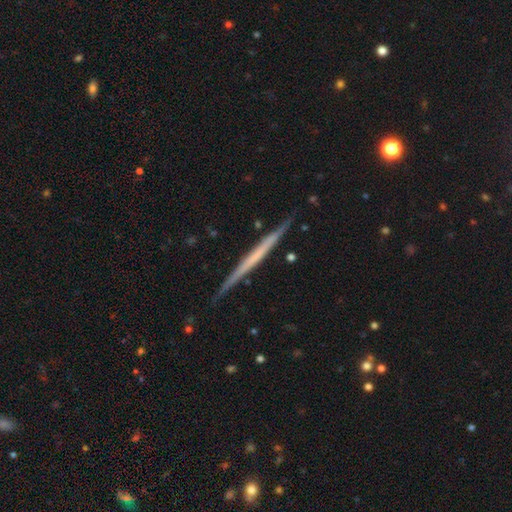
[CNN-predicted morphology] smooth_or_featured: featured or disk (p=0.63) [alt: smooth p=0.32]
disk_edge_on: yes (p=0.98) [alt: no p=0.02]
edge_on_bulge: none (p=0.89) [alt: rounded p=0.07]
merging: none (p=0.89) [alt: minor disturbance p=0.08]